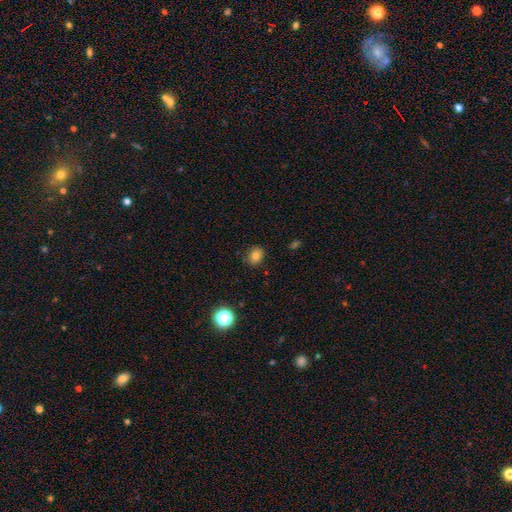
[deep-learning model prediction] Overall: smooth (79%). How rounded: round (54%; in between 45%). Merging: none (85%).